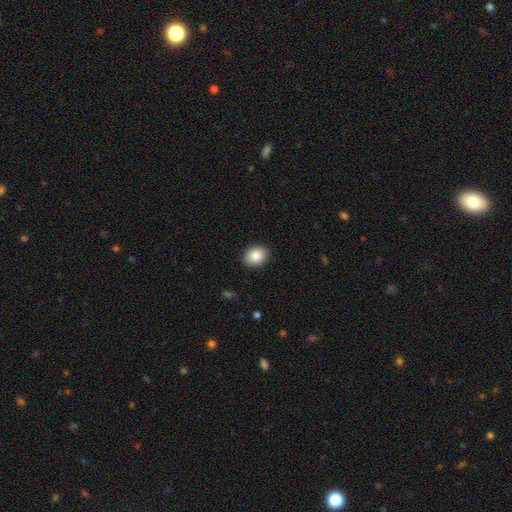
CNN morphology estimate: Q: Smooth or featured?
A: smooth (86%); runner-up: star or artifact (8%)
Q: How rounded?
A: in between (55%); runner-up: round (44%)
Q: Merging?
A: none (91%); runner-up: minor disturbance (7%)